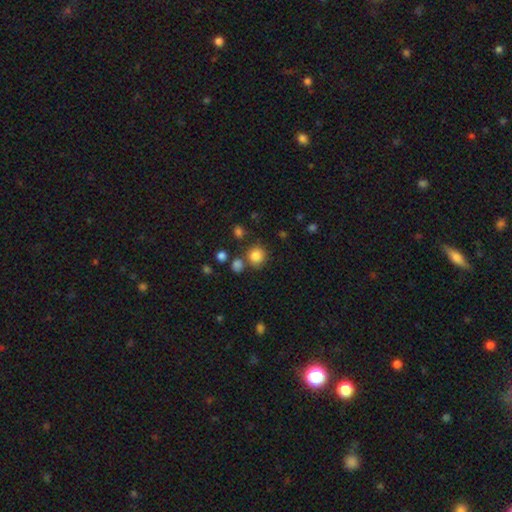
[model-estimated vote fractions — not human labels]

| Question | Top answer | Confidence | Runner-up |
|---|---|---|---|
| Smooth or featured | smooth | 83% | star or artifact (12%) |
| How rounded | round | 90% | in between (9%) |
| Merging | none | 75% | merger (11%) |